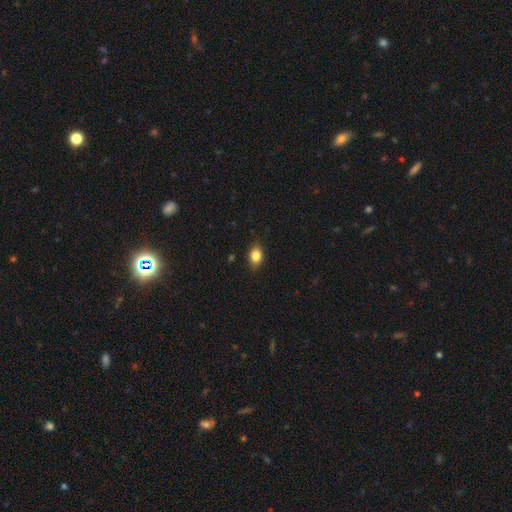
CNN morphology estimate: Smooth or featured?
  - smooth: 83% *
  - star or artifact: 9%
  - featured or disk: 8%
How rounded?
  - in between: 77% *
  - round: 21%
  - cigar-shaped: 2%
Merging?
  - none: 83% *
  - minor disturbance: 14%
  - major disturbance: 2%
  - merger: 1%